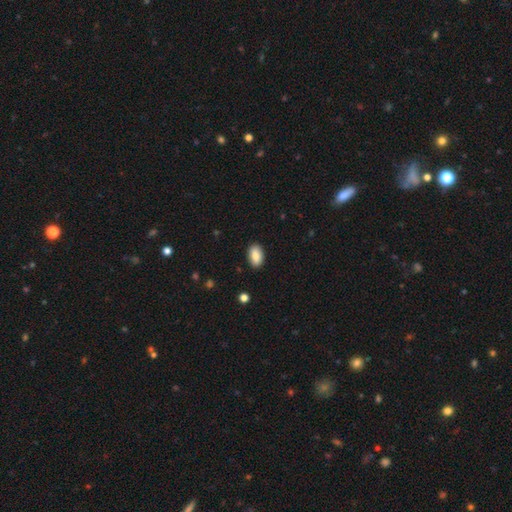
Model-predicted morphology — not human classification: Q: Smooth or featured?
A: smooth (88%); runner-up: star or artifact (7%)
Q: How rounded?
A: in between (93%); runner-up: round (5%)
Q: Merging?
A: none (89%); runner-up: minor disturbance (8%)